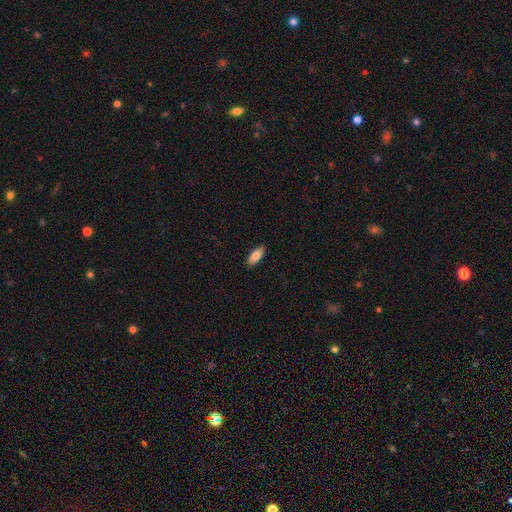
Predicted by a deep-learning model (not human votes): smooth_or_featured: smooth (p=0.84) [alt: featured or disk p=0.10]
how_rounded: in between (p=0.84) [alt: cigar-shaped p=0.14]
merging: none (p=0.89) [alt: minor disturbance p=0.08]